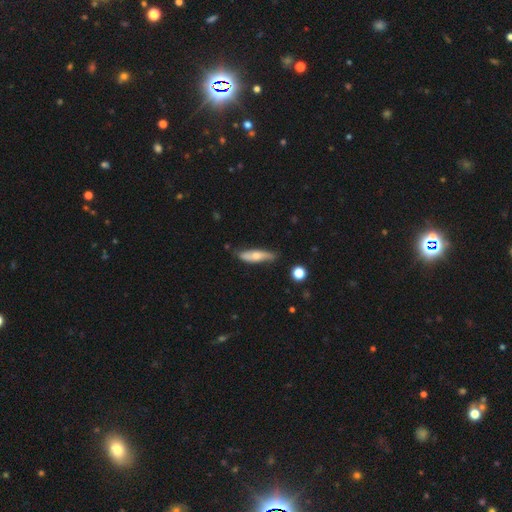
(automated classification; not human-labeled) Smooth or featured? smooth (53%)
How rounded? cigar-shaped (64%)
Merging? none (74%)